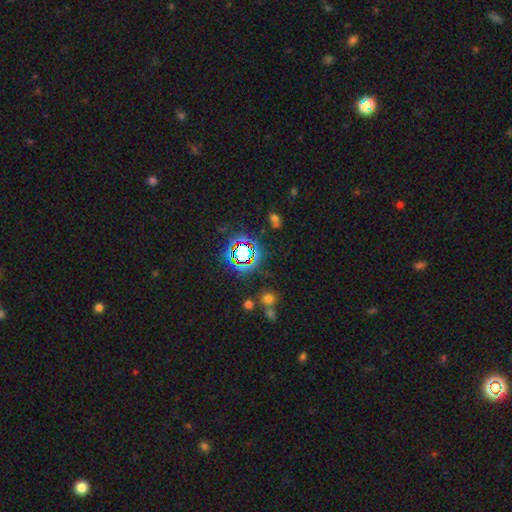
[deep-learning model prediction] Q: Smooth or featured?
A: star or artifact (76%); runner-up: smooth (15%)